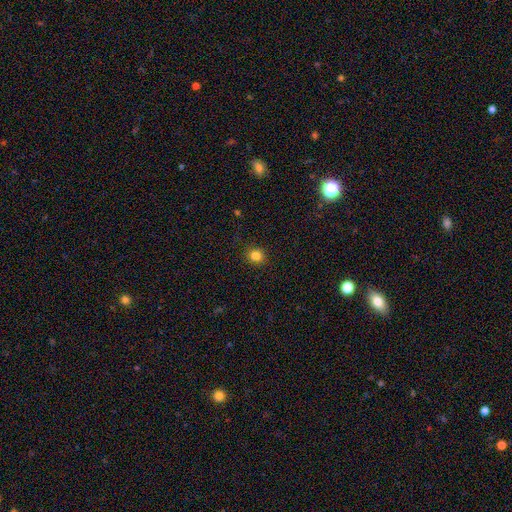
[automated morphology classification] This is clearly a smooth galaxy (83%). How rounded: clearly round (85%). Merging: clearly none (89%).